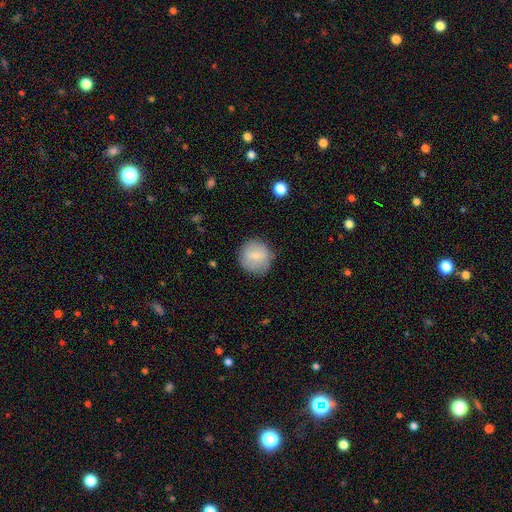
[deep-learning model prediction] smooth 75%, featured or disk 17%, star or artifact 7%. Down the decision tree: how rounded — round (93%); merging — none (83%).